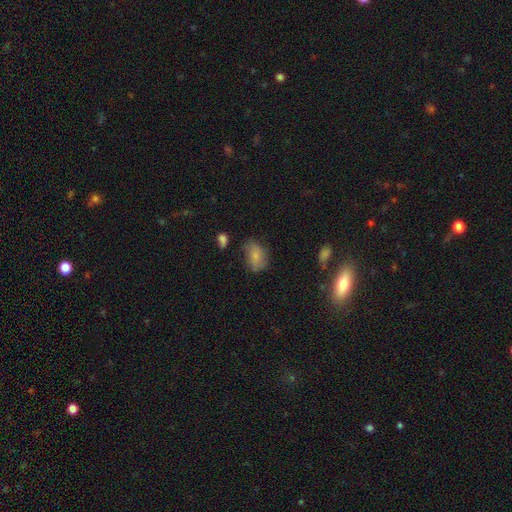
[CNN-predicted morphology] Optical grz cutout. It shows a smooth galaxy with no disk features (75%) that is in between round and cigar-shaped (82%). Merging: none (58%).